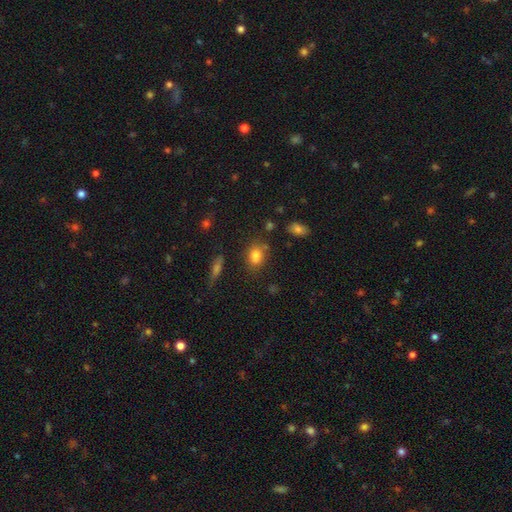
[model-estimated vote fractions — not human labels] Smooth or featured? Predicted: smooth (p=0.79). How rounded? Predicted: in between (p=0.71). Merging? Predicted: none (p=0.67).